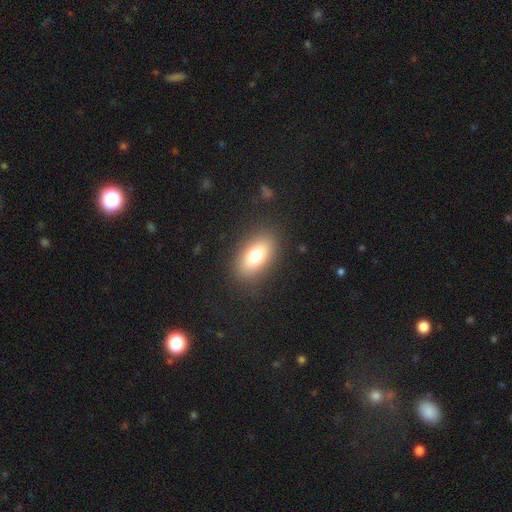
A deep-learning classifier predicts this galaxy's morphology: Q: Smooth or featured?
A: smooth (75%); runner-up: featured or disk (16%)
Q: How rounded?
A: in between (86%); runner-up: round (8%)
Q: Merging?
A: none (86%); runner-up: minor disturbance (9%)